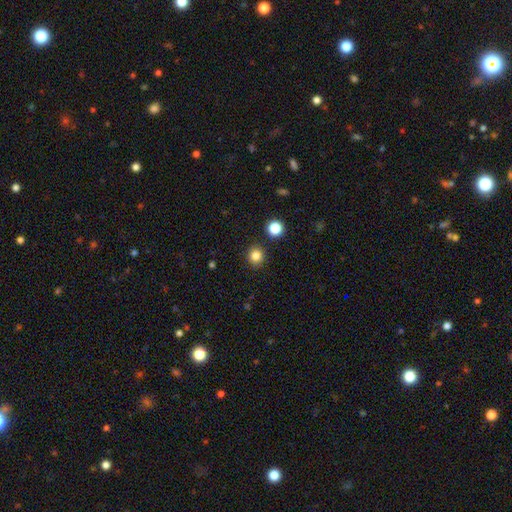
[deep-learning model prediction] Smooth or featured? smooth (83%)
How rounded? round (92%)
Merging? none (91%)